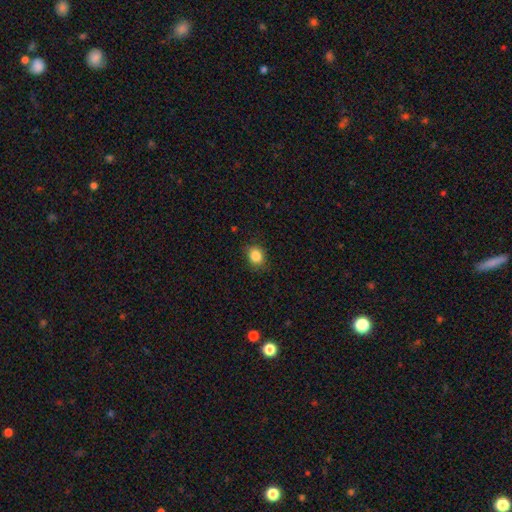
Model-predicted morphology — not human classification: smooth 85%, star or artifact 10%, featured or disk 5%. Down the decision tree: how rounded — round (58%); merging — none (84%).